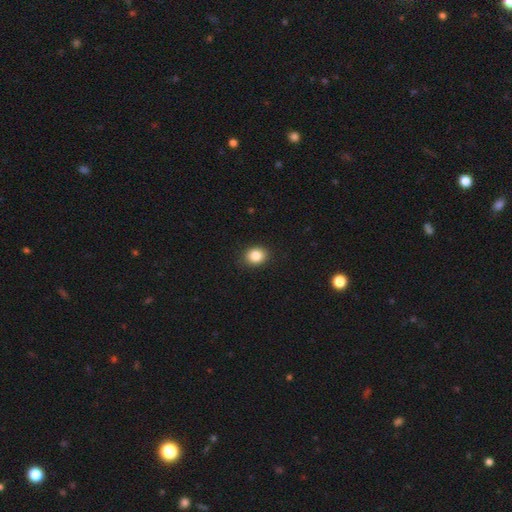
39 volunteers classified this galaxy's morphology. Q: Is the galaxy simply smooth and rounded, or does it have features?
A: smooth — 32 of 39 (82%).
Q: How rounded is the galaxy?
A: round — 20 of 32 (62%).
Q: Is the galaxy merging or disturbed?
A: none — 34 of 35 (97%).